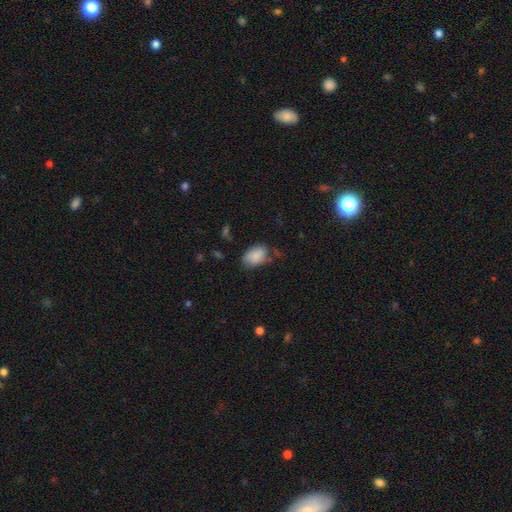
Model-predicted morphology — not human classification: This is clearly a smooth galaxy (86%). How rounded: clearly in between (87%). Merging: likely none (62%).